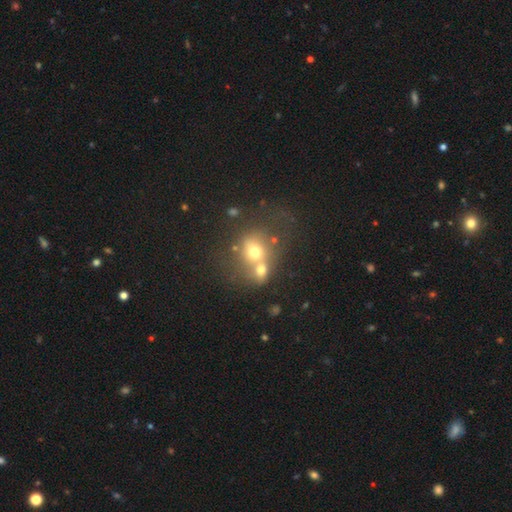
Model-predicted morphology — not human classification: Smooth or featured?
  - smooth: 55% *
  - featured or disk: 27%
  - star or artifact: 19%
How rounded?
  - round: 66% *
  - in between: 33%
  - cigar-shaped: 1%
Merging?
  - merger: 59% *
  - none: 27%
  - minor disturbance: 8%
  - major disturbance: 7%